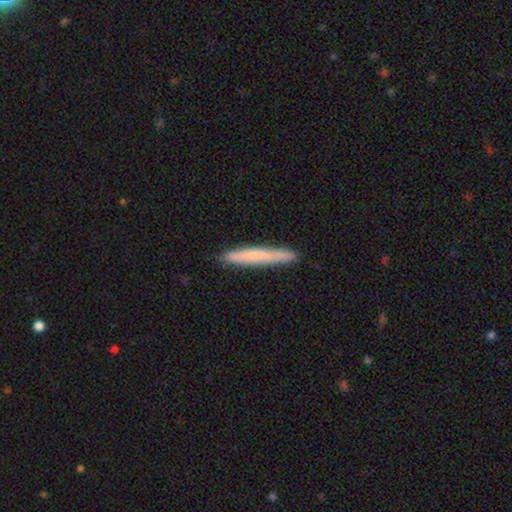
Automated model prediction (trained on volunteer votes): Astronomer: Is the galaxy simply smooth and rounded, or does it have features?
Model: smooth — 67%.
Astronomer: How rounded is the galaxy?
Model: cigar-shaped — 97%.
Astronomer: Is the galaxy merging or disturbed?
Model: none — 89%.